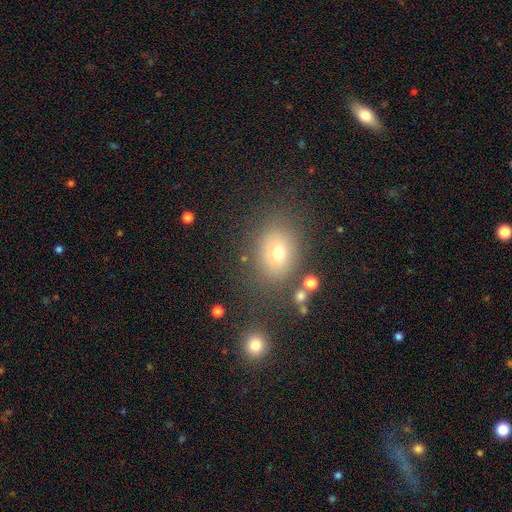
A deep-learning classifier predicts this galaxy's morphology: smooth-or-featured: smooth: 59% | star or artifact: 28% | featured or disk: 12%
  how-rounded: round: 50% | in between: 48% | cigar-shaped: 2%
  merging: none: 79% | minor disturbance: 10% | merger: 7% | major disturbance: 4%